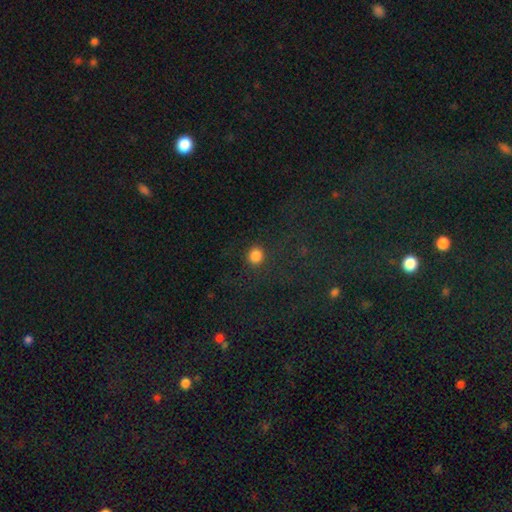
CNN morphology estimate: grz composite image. It shows a smooth galaxy with no disk features (82%) that is round (85%). Merging: none (86%).